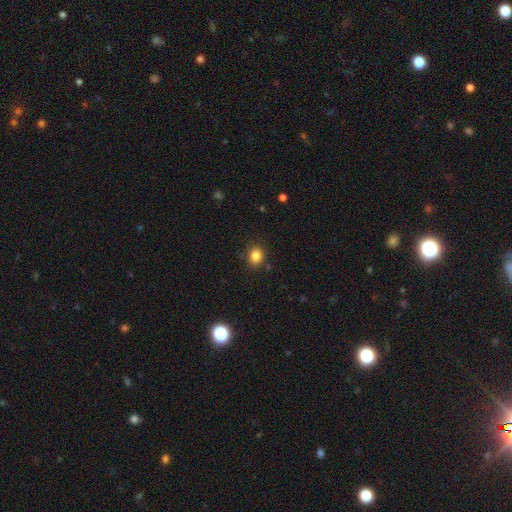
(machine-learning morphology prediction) A smooth galaxy with no disk features (84%) that is round (59%).

Vote fractions:
- Smooth or featured? smooth: 84% / star or artifact: 11% / featured or disk: 5%
- How rounded? round: 59% / in between: 40% / cigar-shaped: 1%
- Merging? none: 87% / minor disturbance: 9% / major disturbance: 2% / merger: 2%